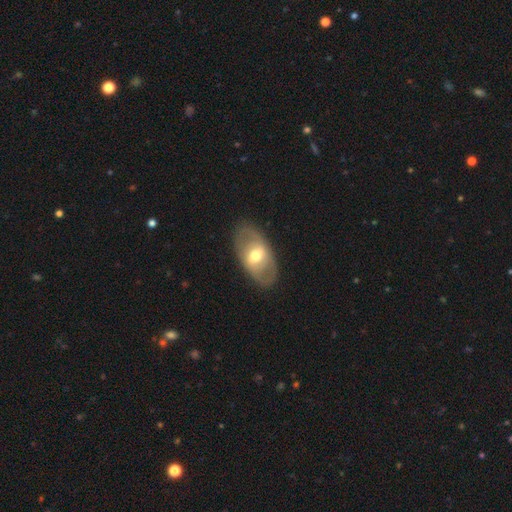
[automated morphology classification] The model was most divided on "bar": weak: 41%, no: 33%, strong: 26%. More confident: edge-on disk — no (88%); merging — none (83%); bulge size — moderate (70%); spiral arms — no (65%); smooth or featured — featured or disk (57%).